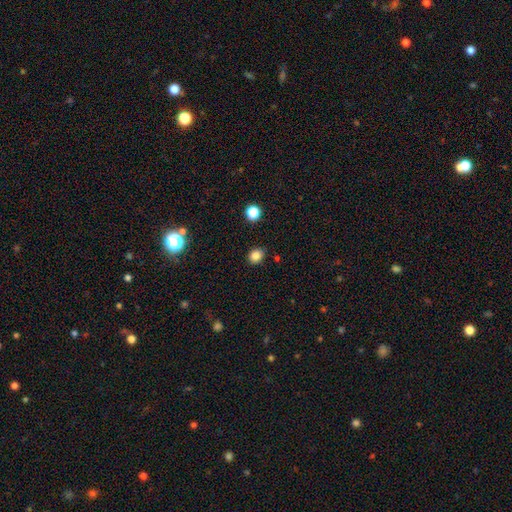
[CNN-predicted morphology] type=smooth (84%); roundness=round (58%); merging=none (87%).